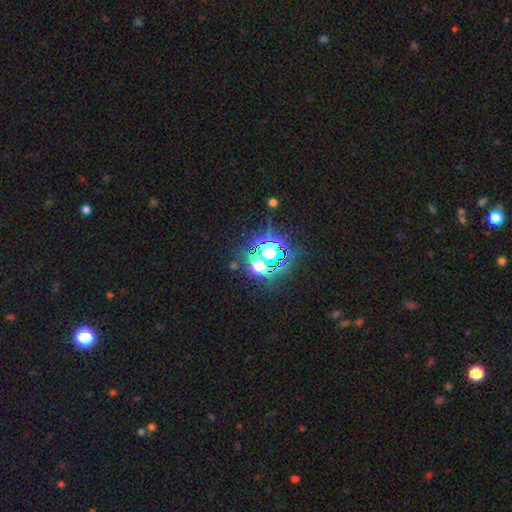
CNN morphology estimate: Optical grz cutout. It shows a star or artifact, not a galaxy (80%).